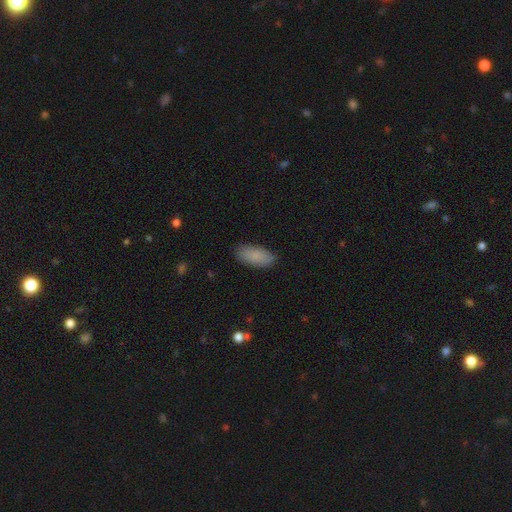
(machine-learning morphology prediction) Q: Smooth or featured?
A: smooth (87%); runner-up: featured or disk (7%)
Q: How rounded?
A: in between (86%); runner-up: cigar-shaped (12%)
Q: Merging?
A: none (85%); runner-up: minor disturbance (11%)